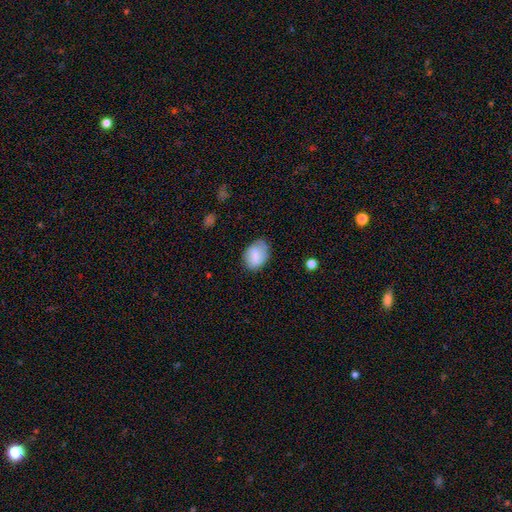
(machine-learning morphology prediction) A smooth galaxy with no disk features (73%) that is in between round and cigar-shaped (80%). Merging: none (67%).